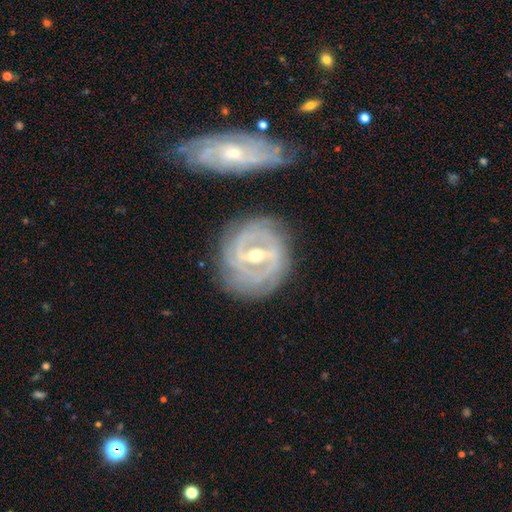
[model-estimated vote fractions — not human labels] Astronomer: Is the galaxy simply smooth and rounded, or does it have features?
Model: featured or disk — 89%.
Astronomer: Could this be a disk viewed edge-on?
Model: no — 95%.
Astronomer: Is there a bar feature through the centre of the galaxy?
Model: strong — 62%.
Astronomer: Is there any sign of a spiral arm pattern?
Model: yes — 93%.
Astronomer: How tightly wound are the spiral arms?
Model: tight — 68%.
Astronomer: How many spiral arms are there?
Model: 2 — 38% (runner-up: can't tell, 23%).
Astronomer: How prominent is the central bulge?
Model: moderate — 63%.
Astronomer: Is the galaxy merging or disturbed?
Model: none — 75%.